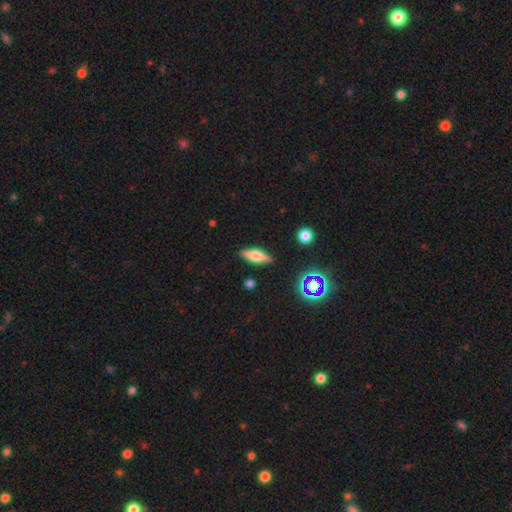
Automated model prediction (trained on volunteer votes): Smooth or featured?
  - smooth: 49% *
  - featured or disk: 41%
  - star or artifact: 10%
Merging?
  - none: 86% *
  - minor disturbance: 10%
  - major disturbance: 2%
  - merger: 2%